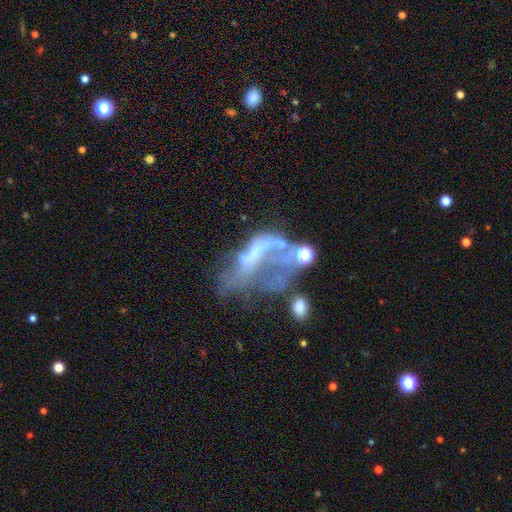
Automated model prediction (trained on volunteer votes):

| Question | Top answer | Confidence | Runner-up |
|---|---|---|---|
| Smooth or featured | featured or disk | 62% | smooth (21%) |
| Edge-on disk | no | 95% | yes (5%) |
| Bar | no | 75% | weak (16%) |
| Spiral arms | no | 76% | yes (24%) |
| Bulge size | none | 63% | small (18%) |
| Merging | major disturbance | 44% | merger (27%) |